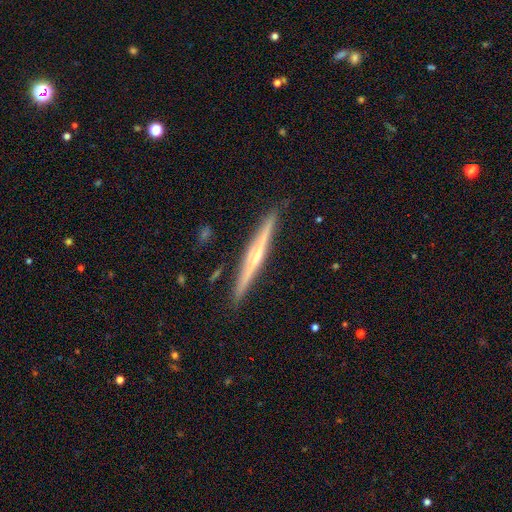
This is likely a featured or disk galaxy (63%). It is clearly viewed edge-on (96%). Edge-on bulge: possibly none (48%). Merging: clearly none (83%).